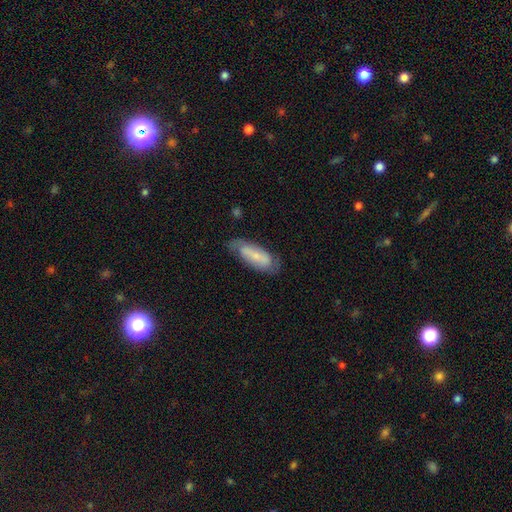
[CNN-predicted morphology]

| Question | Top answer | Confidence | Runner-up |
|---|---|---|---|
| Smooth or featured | smooth | 48% | featured or disk (45%) |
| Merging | none | 66% | minor disturbance (24%) |